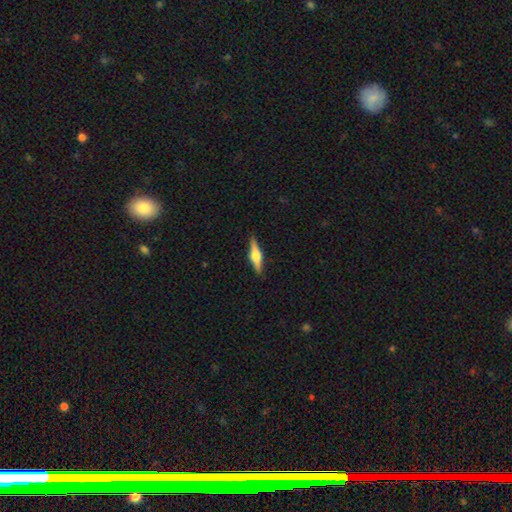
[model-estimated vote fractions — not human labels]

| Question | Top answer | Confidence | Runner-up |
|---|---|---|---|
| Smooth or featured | featured or disk | 68% | smooth (26%) |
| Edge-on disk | yes | 97% | no (3%) |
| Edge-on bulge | rounded | 90% | boxy (8%) |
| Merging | none | 90% | minor disturbance (7%) |